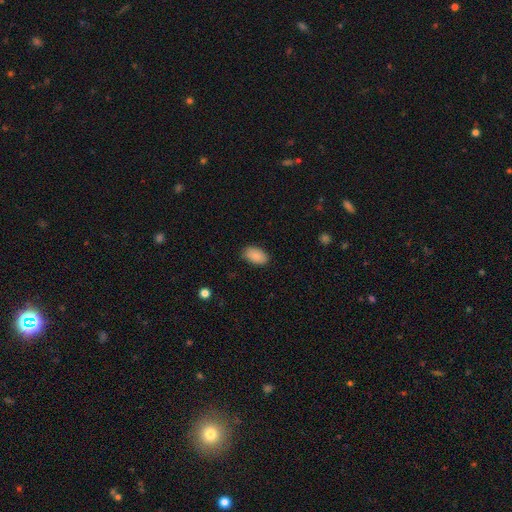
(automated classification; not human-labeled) Smooth or featured? smooth (89%)
How rounded? in between (93%)
Merging? none (83%)